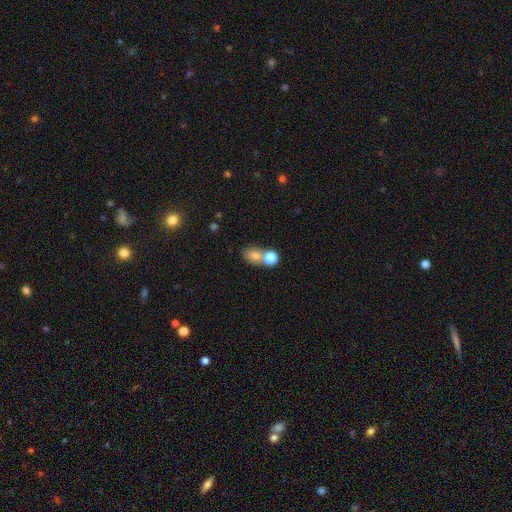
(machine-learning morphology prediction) A smooth galaxy with no disk features (73%) that is in between round and cigar-shaped (68%). Merging: none (45%).